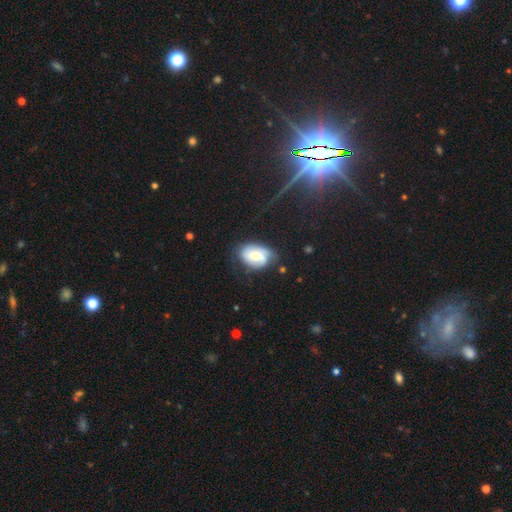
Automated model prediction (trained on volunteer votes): Smooth or featured: featured or disk — 47% (smooth — 45%)
Merging: none — 57% (minor disturbance — 29%)